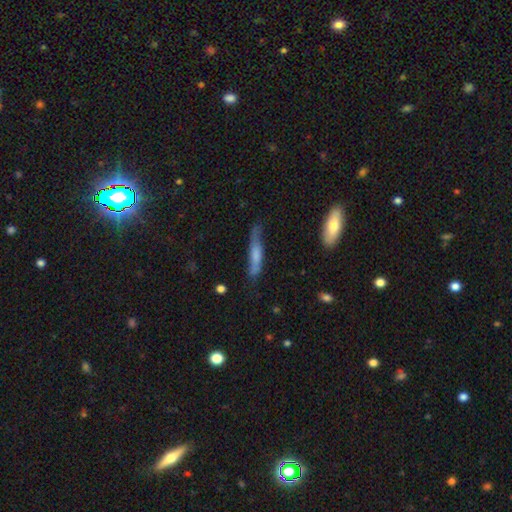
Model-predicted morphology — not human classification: Overall: smooth (55%; featured or disk 38%). How rounded: cigar-shaped (84%). Merging: none (54%; minor disturbance 31%).